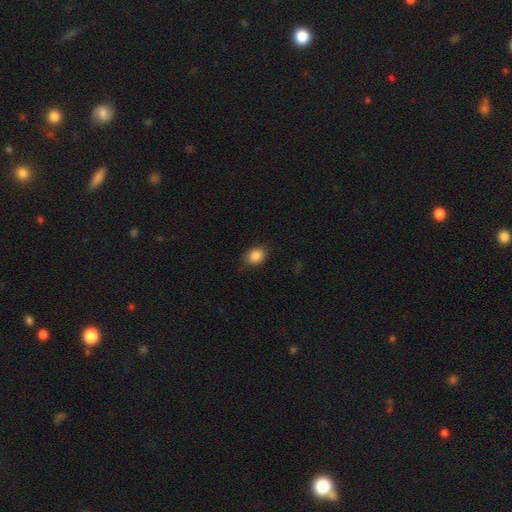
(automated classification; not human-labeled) Smooth or featured? Predicted: smooth (p=0.86). How rounded? Predicted: in between (p=0.66). Merging? Predicted: none (p=0.80).